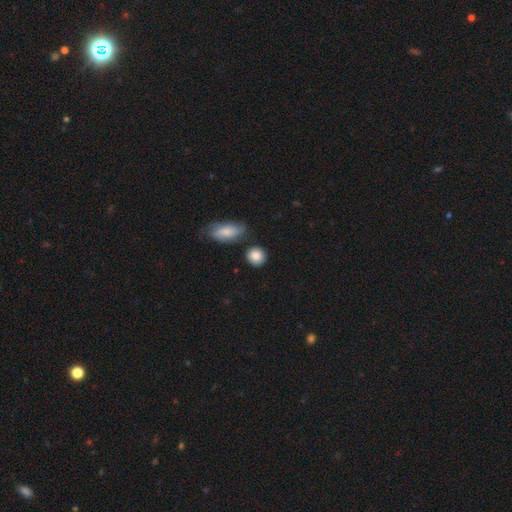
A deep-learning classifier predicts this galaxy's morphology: Smooth or featured?
  - smooth: 85% *
  - star or artifact: 7%
  - featured or disk: 7%
How rounded?
  - round: 81% *
  - in between: 17%
  - cigar-shaped: 2%
Merging?
  - none: 76% *
  - minor disturbance: 13%
  - merger: 7%
  - major disturbance: 4%